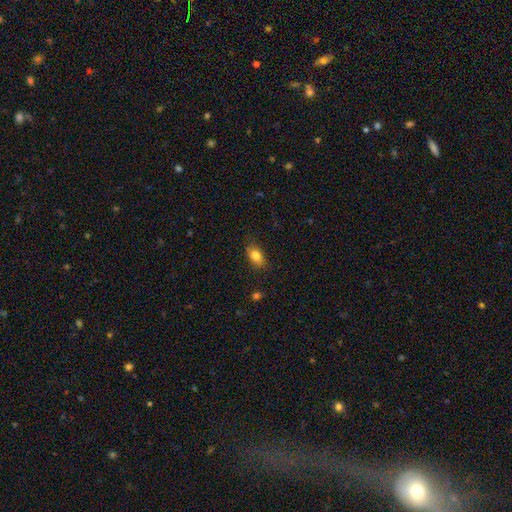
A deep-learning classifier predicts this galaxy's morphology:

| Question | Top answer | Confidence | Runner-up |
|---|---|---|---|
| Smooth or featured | smooth | 84% | star or artifact (9%) |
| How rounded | in between | 83% | round (14%) |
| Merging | none | 81% | minor disturbance (14%) |